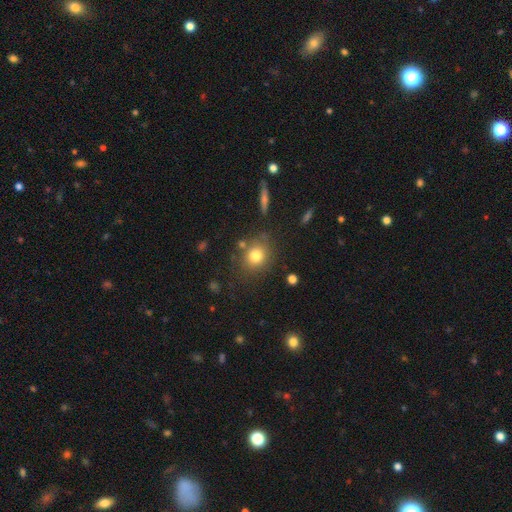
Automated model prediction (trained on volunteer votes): Smooth or featured: smooth — 78% (star or artifact — 12%)
How rounded: round — 79% (in between — 19%)
Merging: none — 78% (minor disturbance — 11%)